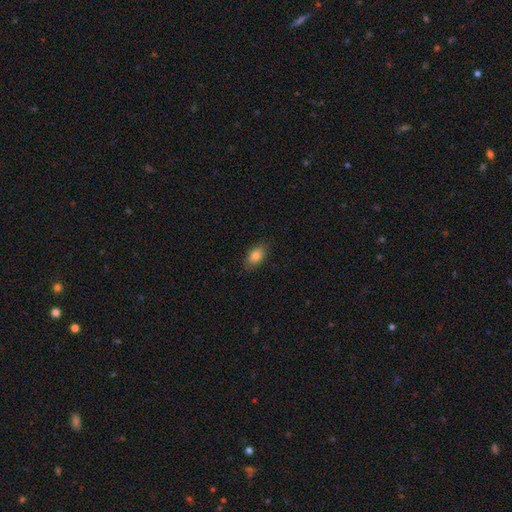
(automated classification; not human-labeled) This appears to be a smooth galaxy with no disk features (82%) that is in between round and cigar-shaped (86%). Merging: none (84%).